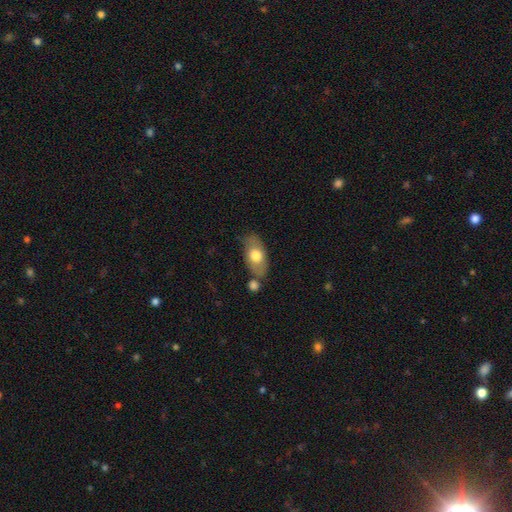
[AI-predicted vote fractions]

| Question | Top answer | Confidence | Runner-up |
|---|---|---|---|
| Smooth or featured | smooth | 69% | featured or disk (25%) |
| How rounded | in between | 89% | round (6%) |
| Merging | none | 65% | minor disturbance (17%) |